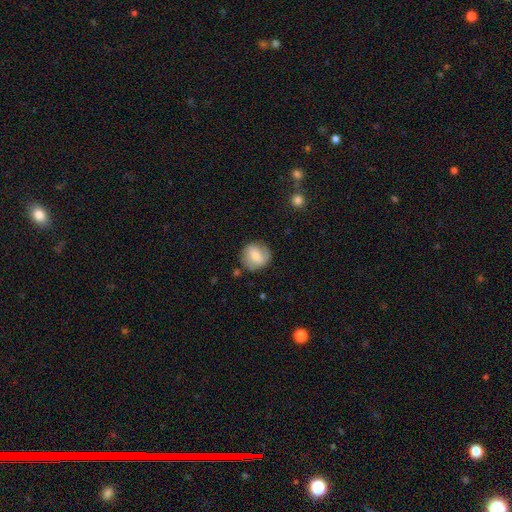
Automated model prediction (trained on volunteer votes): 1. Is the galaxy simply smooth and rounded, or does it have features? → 57% smooth, 35% featured or disk, 7% star or artifact.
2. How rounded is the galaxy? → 86% round, 13% in between, 1% cigar-shaped.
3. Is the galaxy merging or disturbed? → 75% none, 17% minor disturbance, 5% major disturbance, 2% merger.